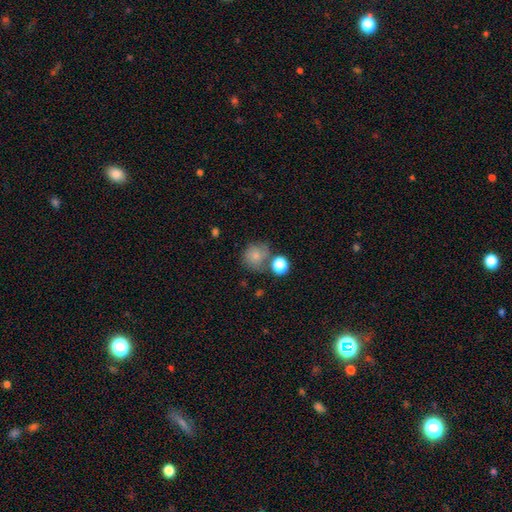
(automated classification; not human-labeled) This is likely a smooth galaxy (76%). How rounded: clearly round (83%). Merging: possibly none (58%).